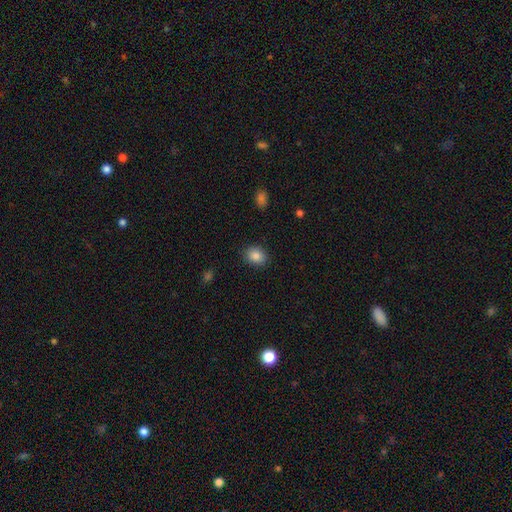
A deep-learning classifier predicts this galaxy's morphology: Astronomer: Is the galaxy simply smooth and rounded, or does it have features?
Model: smooth — 87%.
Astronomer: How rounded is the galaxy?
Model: in between — 53% (runner-up: round, 46%).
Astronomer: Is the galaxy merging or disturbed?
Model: none — 87%.